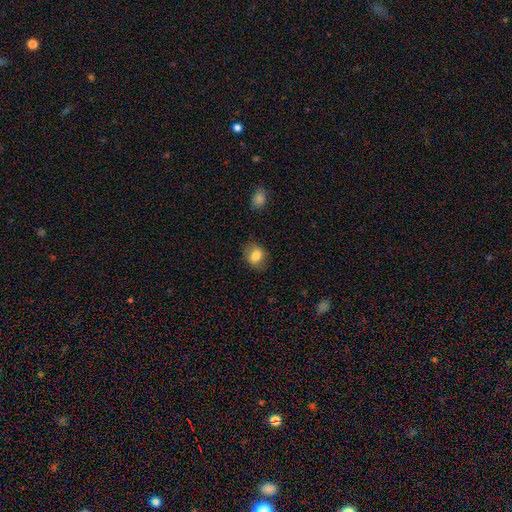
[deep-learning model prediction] smooth-or-featured: smooth: 80% | featured or disk: 11% | star or artifact: 9%
  how-rounded: in between: 53% | round: 46% | cigar-shaped: 1%
  merging: none: 79% | minor disturbance: 15% | major disturbance: 4% | merger: 1%